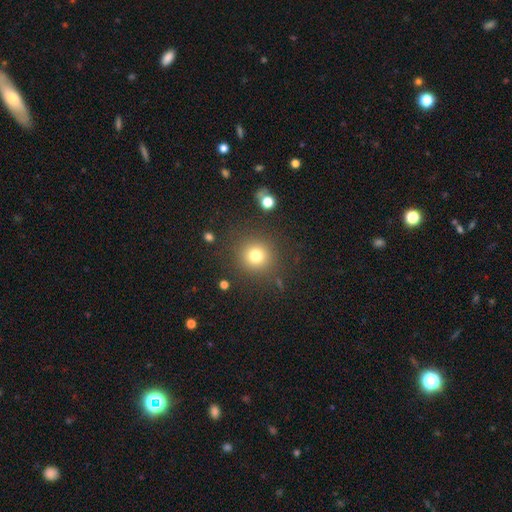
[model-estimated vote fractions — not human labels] A smooth galaxy with no disk features (76%) that is round (94%). Merging: none (87%).